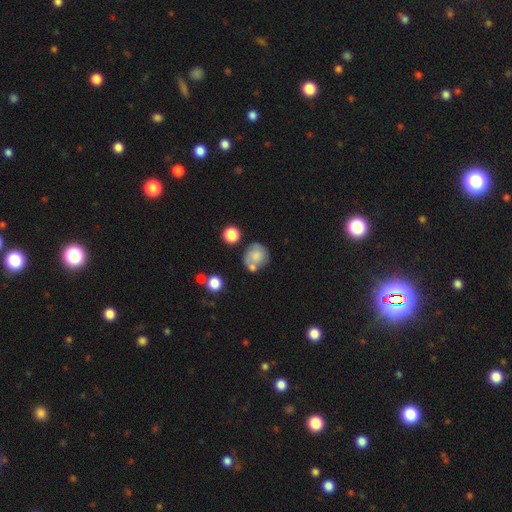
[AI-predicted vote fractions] A smooth galaxy with no disk features (68%) that is round (81%).

Vote fractions:
- Smooth or featured? smooth: 68% / featured or disk: 22% / star or artifact: 9%
- How rounded? round: 81% / in between: 18% / cigar-shaped: 1%
- Merging? none: 51% / merger: 22% / minor disturbance: 19% / major disturbance: 8%